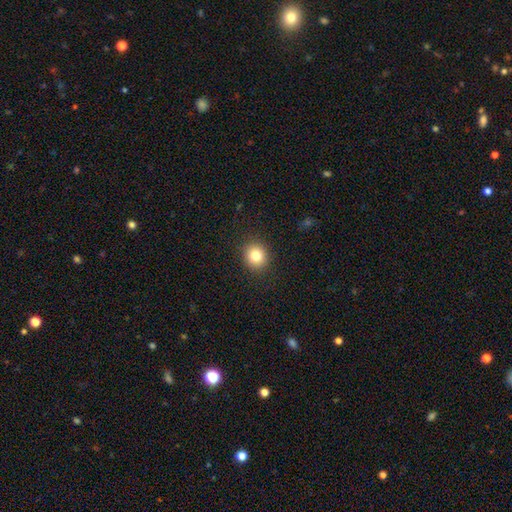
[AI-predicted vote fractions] Smooth or featured? smooth (82%)
How rounded? round (83%)
Merging? none (91%)